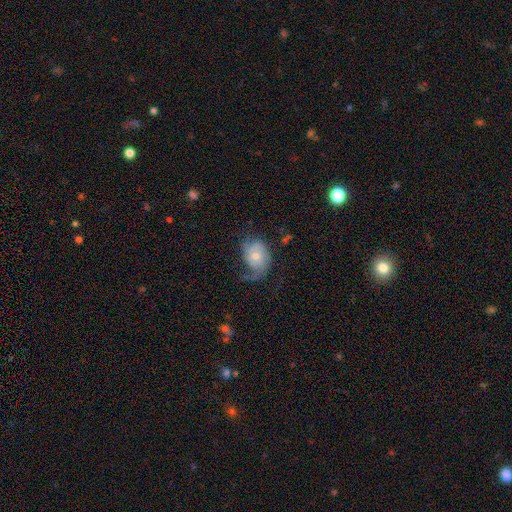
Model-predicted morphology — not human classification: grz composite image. It shows a featured or disk galaxy (52%) with no bar (79%), spiral arms (79%) and a moderate central bulge (52%). Merging: none (37%).